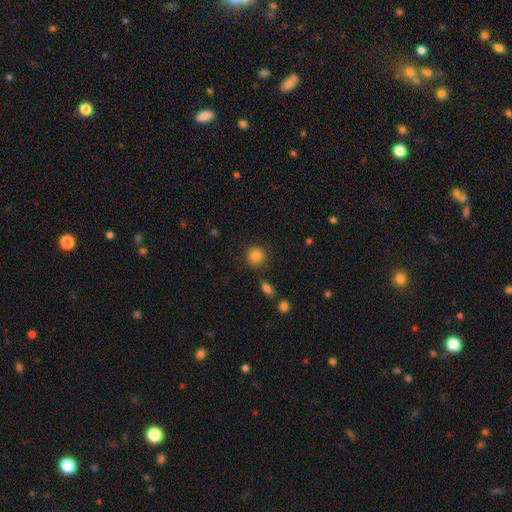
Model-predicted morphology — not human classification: A smooth galaxy with no disk features (86%) that is round (91%).

Vote fractions:
- Smooth or featured? smooth: 86% / star or artifact: 9% / featured or disk: 5%
- How rounded? round: 91% / in between: 8% / cigar-shaped: 1%
- Merging? none: 86% / minor disturbance: 8% / merger: 3% / major disturbance: 3%